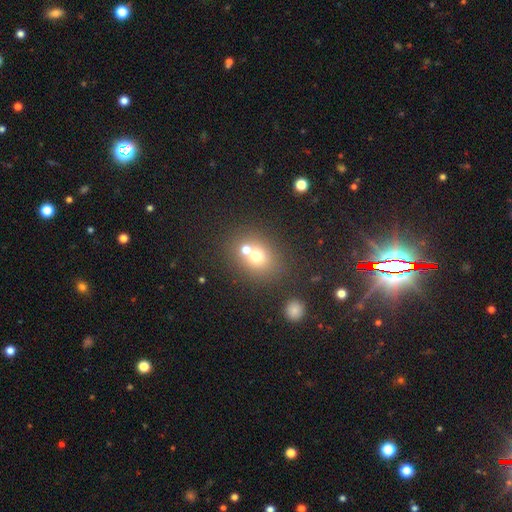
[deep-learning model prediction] smooth-or-featured: smooth: 68% | featured or disk: 16% | star or artifact: 16%
  how-rounded: round: 68% | in between: 31% | cigar-shaped: 1%
  merging: none: 46% | merger: 43% | minor disturbance: 7% | major disturbance: 3%